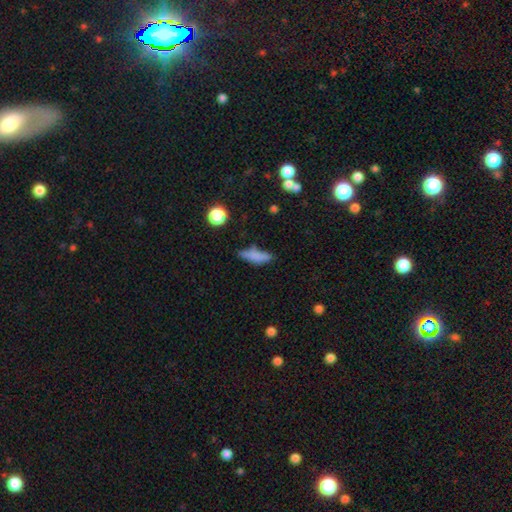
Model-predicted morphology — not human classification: smooth-or-featured: smooth: 72% | featured or disk: 17% | star or artifact: 11%
  how-rounded: cigar-shaped: 53% | in between: 43% | round: 4%
  merging: none: 51% | minor disturbance: 28% | major disturbance: 12% | merger: 8%